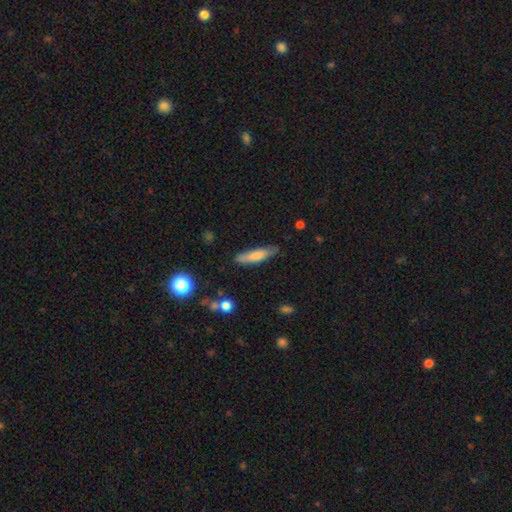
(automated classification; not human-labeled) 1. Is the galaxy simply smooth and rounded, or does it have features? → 73% smooth, 21% featured or disk, 6% star or artifact.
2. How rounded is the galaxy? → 79% cigar-shaped, 20% in between, 2% round.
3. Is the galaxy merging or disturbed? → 80% none, 16% minor disturbance, 3% major disturbance, 2% merger.